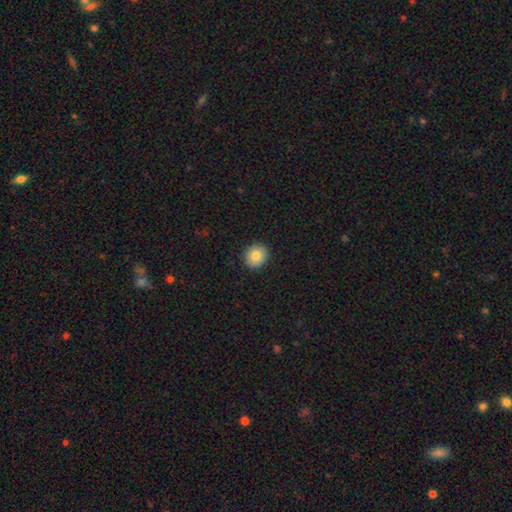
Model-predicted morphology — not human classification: smooth_or_featured: smooth (p=0.82) [alt: featured or disk p=0.09]
how_rounded: round (p=0.83) [alt: in between p=0.16]
merging: none (p=0.92) [alt: minor disturbance p=0.06]